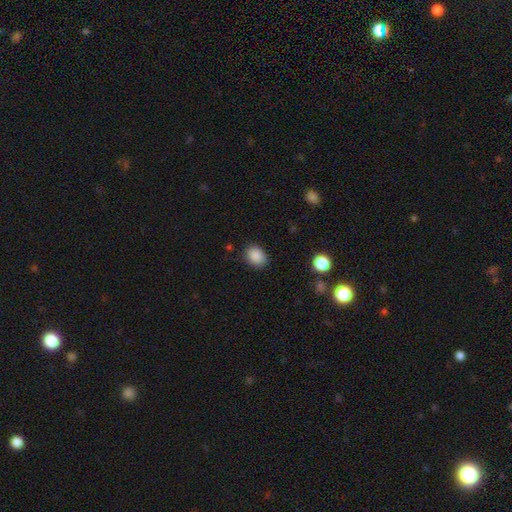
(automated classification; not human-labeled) Morphology: type=smooth (88%); roundness=in between (62%); merging=none (83%).